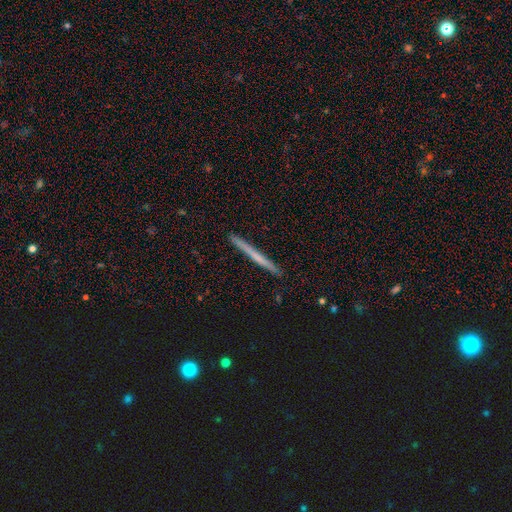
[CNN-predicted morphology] This appears to be a smooth galaxy with no disk features (50%) that is cigar-shaped (97%). Merging: none (93%).